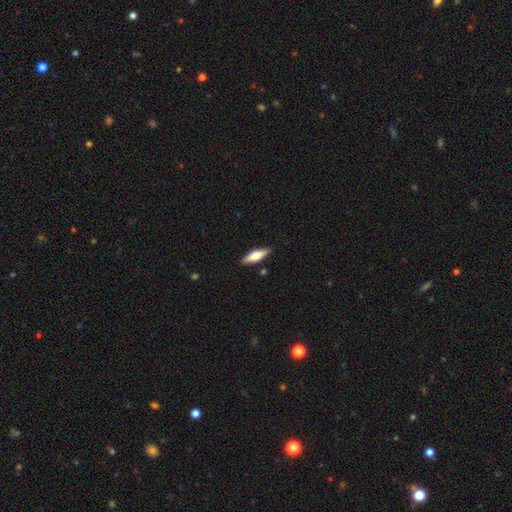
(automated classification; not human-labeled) A smooth galaxy with no disk features (57%) that is cigar-shaped (57%).

Vote fractions:
- Smooth or featured? smooth: 57% / featured or disk: 37% / star or artifact: 6%
- How rounded? cigar-shaped: 57% / in between: 41% / round: 2%
- Merging? none: 87% / minor disturbance: 9% / merger: 2% / major disturbance: 2%